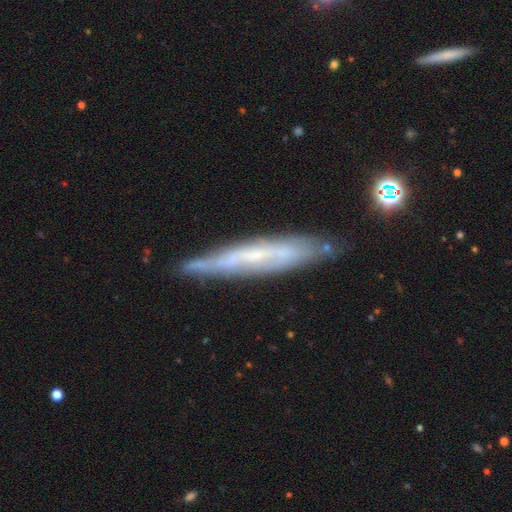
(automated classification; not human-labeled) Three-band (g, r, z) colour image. It shows a featured or disk galaxy (68%) viewed edge-on (71%). Merging: none (75%).